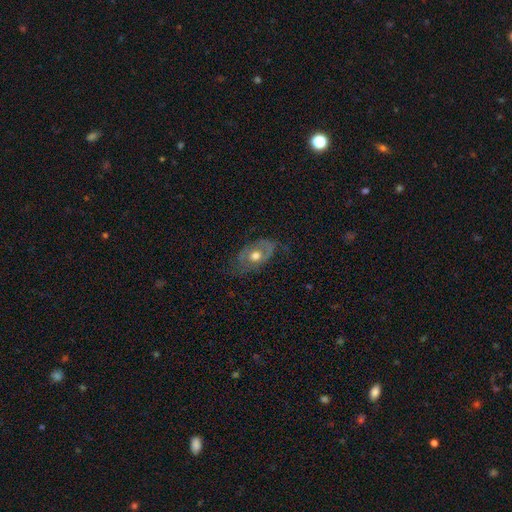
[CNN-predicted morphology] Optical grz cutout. It shows a featured or disk galaxy (51%). Merging: none (57%).